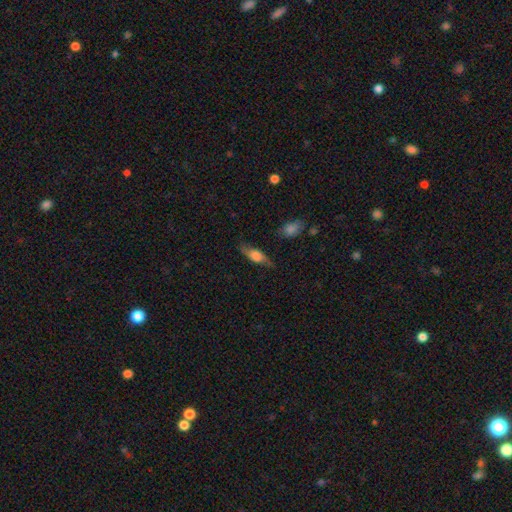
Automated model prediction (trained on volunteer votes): Morphology: type=smooth (53%); roundness=in between (60%); merging=none (73%).